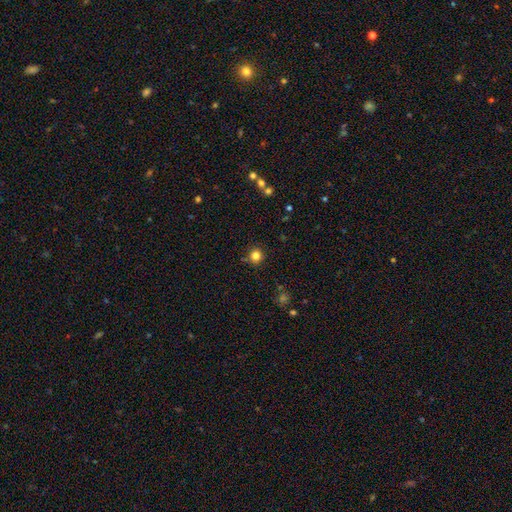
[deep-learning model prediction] Q: Smooth or featured?
A: smooth (82%); runner-up: star or artifact (13%)
Q: How rounded?
A: round (91%); runner-up: in between (8%)
Q: Merging?
A: none (87%); runner-up: minor disturbance (8%)